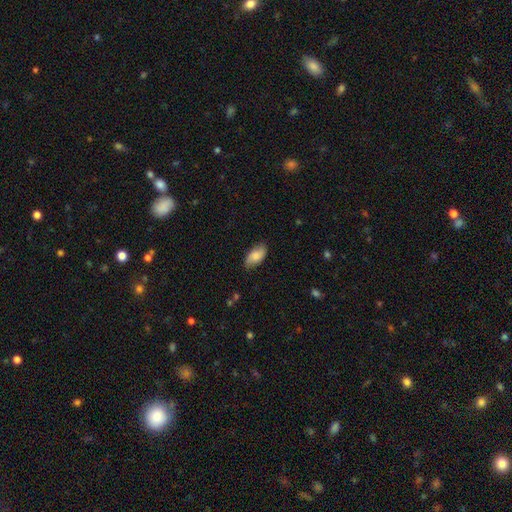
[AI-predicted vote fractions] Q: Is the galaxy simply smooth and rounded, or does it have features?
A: smooth — 76%.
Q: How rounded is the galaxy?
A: in between — 93%.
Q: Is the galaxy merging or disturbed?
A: none — 79%.